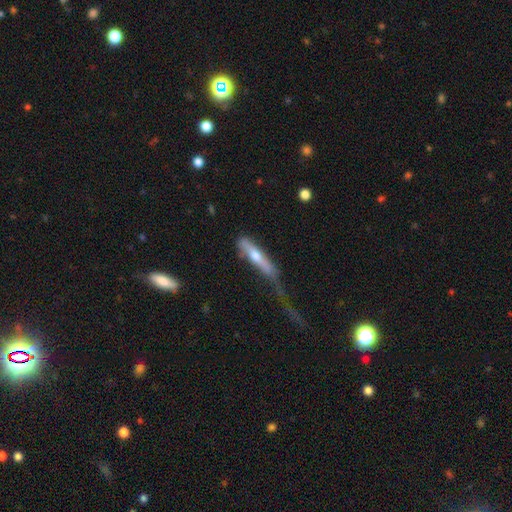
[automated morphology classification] smooth_or_featured: smooth (p=0.47) [tied with: featured or disk p=0.47]
merging: major disturbance (p=0.50) [alt: none p=0.22]